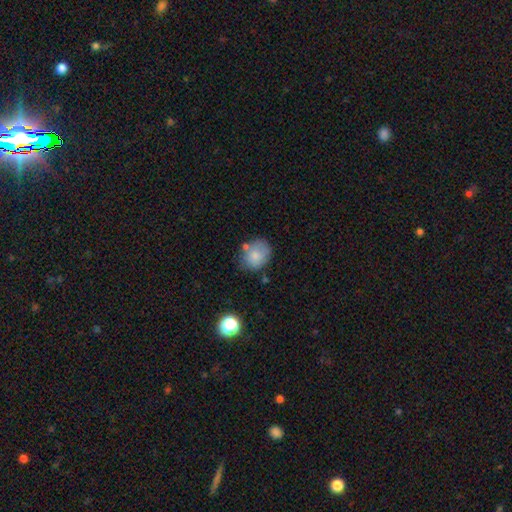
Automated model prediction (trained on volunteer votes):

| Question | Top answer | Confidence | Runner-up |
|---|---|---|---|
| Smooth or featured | smooth | 79% | featured or disk (12%) |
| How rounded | round | 55% | in between (44%) |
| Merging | none | 65% | minor disturbance (21%) |